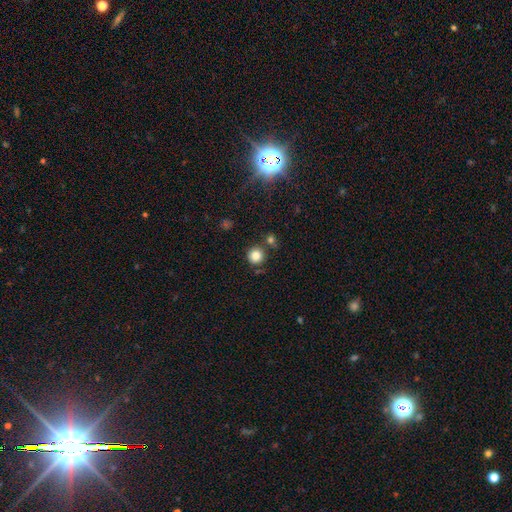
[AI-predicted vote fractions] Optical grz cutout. It shows a smooth galaxy with no disk features (83%) that is round (93%). Merging: none (79%).